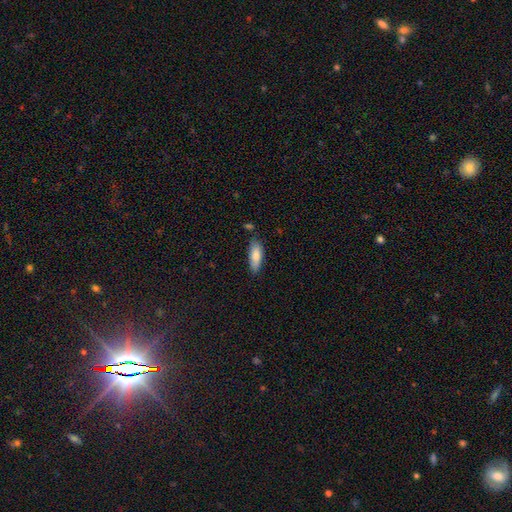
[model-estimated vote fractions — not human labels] Smooth or featured? Predicted: smooth (p=0.83). How rounded? Predicted: in between (p=0.63). Merging? Predicted: none (p=0.75).